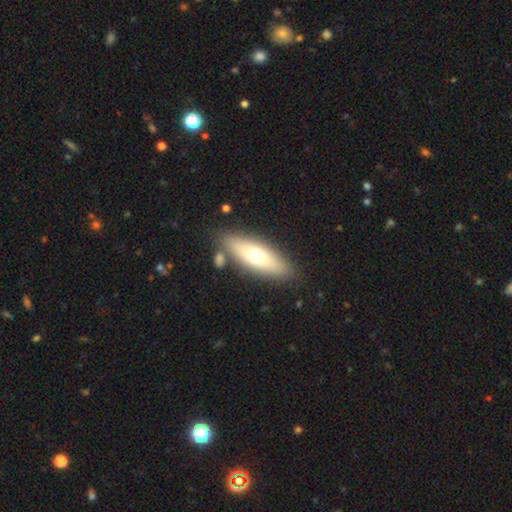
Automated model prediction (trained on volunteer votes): This is likely a smooth galaxy (61%). How rounded: possibly in between (57%). Merging: clearly none (80%).